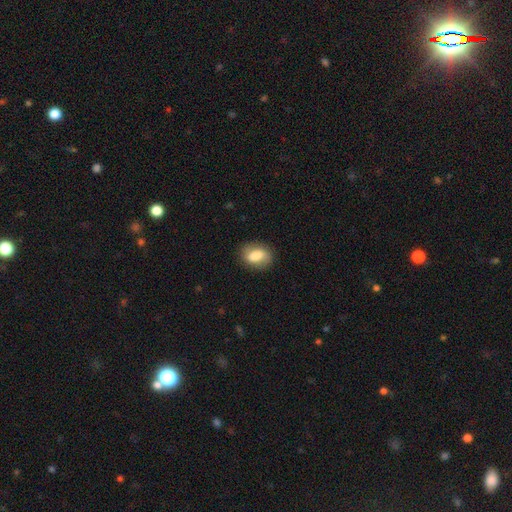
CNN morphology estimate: type=smooth (74%); roundness=in between (74%); merging=none (83%).